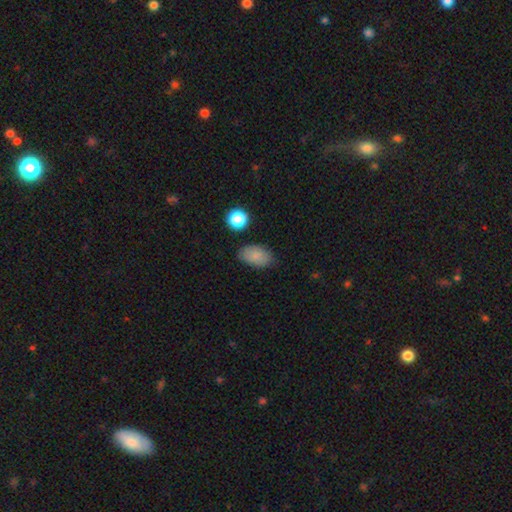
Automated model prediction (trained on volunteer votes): Morphology: type=smooth (84%); roundness=in between (90%); merging=none (79%).